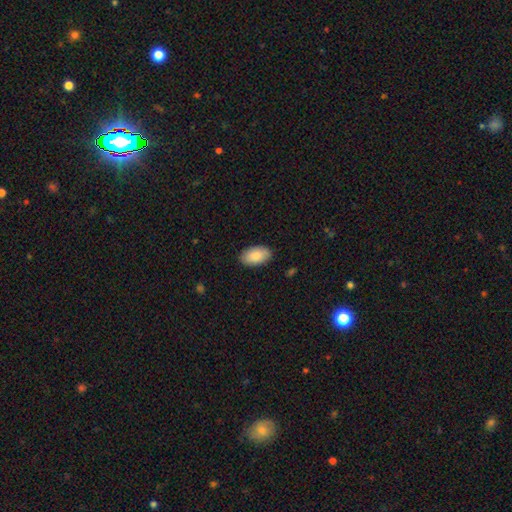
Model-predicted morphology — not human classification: The model was most divided on "merging": none: 88%, minor disturbance: 9%, major disturbance: 2%, merger: 1%. More confident: how rounded — in between (95%); smooth or featured — smooth (88%).